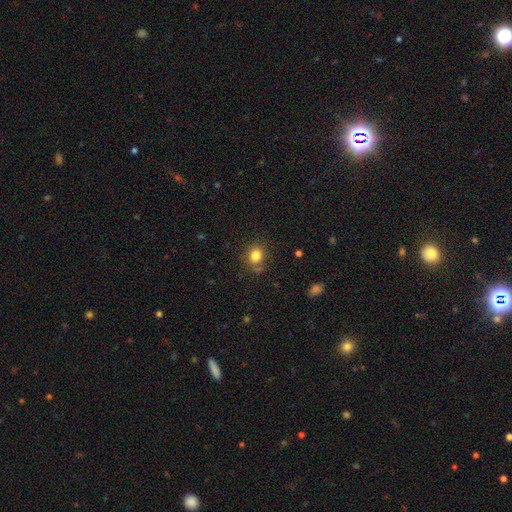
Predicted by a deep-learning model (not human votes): The model was most divided on "how rounded": round: 75%, in between: 24%, cigar-shaped: 1%. More confident: smooth or featured — smooth (81%); merging — none (77%).